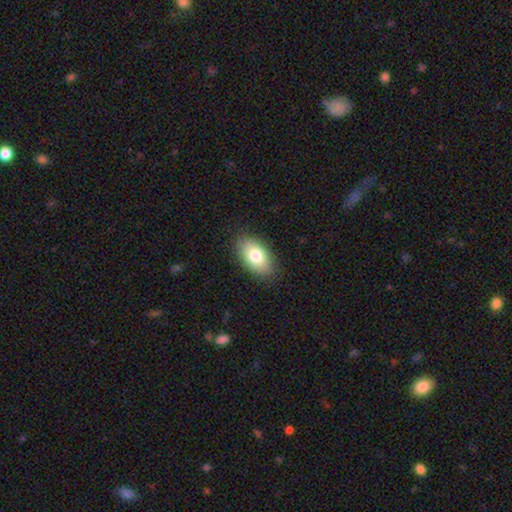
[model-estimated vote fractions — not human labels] Overall: smooth (79%). How rounded: in between (93%). Merging: none (87%).